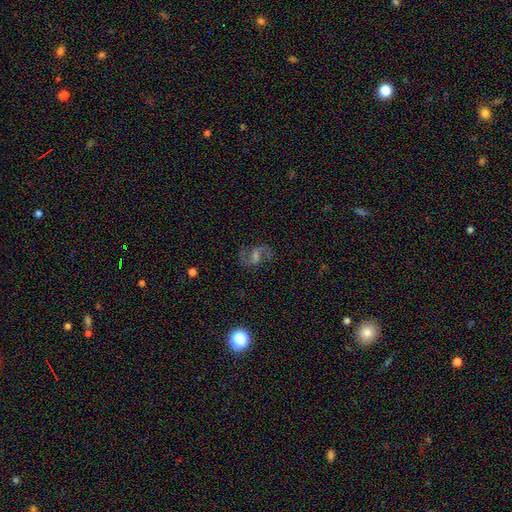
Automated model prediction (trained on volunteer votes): Smooth or featured: featured or disk — 79% (star or artifact — 12%)
Edge-on disk: no — 97% (yes — 3%)
Bar: weak — 54% (strong — 24%)
Spiral arms: yes — 96% (no — 4%)
Spiral winding: medium — 46% (loose — 44%)
Spiral arm count: 2 — 93% (can't tell — 3%)
Bulge size: small — 39% (moderate — 36%)
Merging: none — 81% (minor disturbance — 11%)